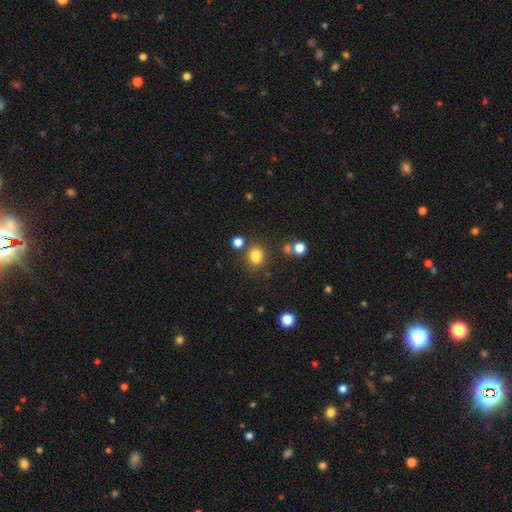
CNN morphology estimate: Overall: smooth (80%). How rounded: round (60%; in between 39%). Merging: none (73%).